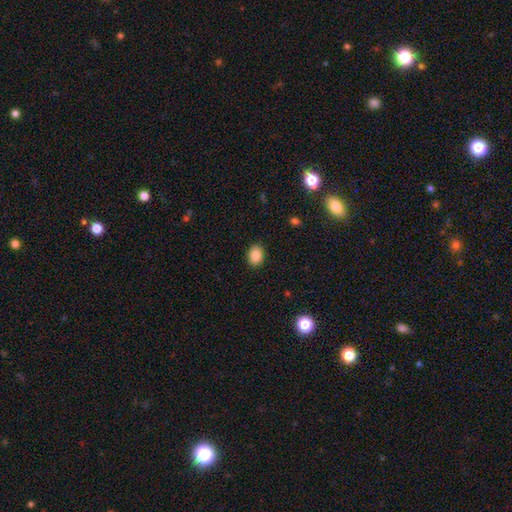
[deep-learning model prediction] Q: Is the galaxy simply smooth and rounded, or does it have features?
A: smooth — 86%.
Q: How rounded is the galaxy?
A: in between — 72%.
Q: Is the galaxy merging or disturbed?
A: none — 89%.